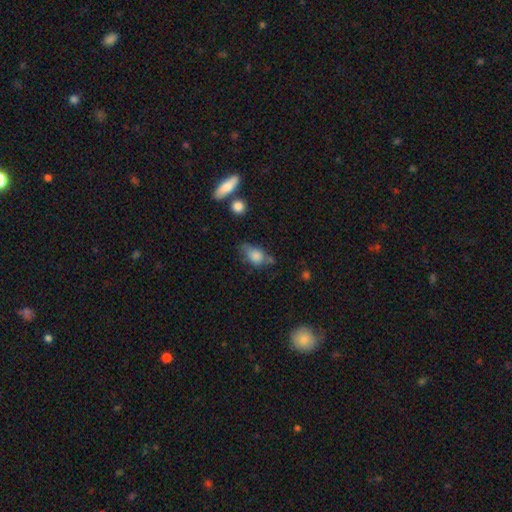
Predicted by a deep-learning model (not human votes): A smooth galaxy with no disk features (76%) that is in between round and cigar-shaped (79%). Merging: none (42%).